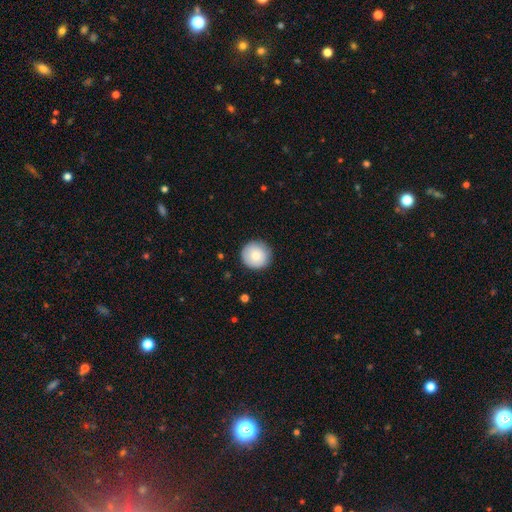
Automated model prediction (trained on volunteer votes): This is clearly a smooth galaxy (80%). How rounded: clearly round (95%). Merging: clearly none (89%).